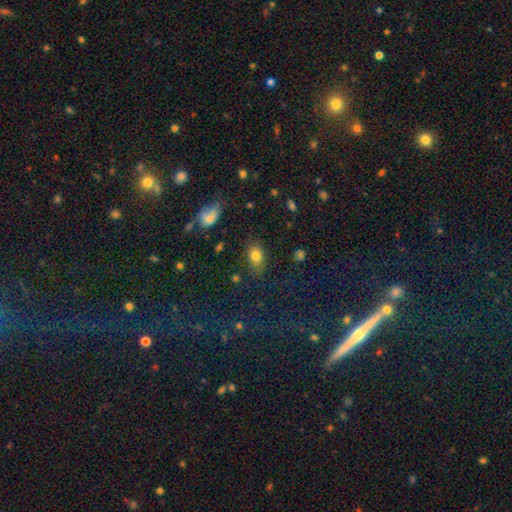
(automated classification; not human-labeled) Smooth or featured: smooth — 79% (star or artifact — 13%)
How rounded: in between — 74% (round — 24%)
Merging: none — 74% (minor disturbance — 18%)